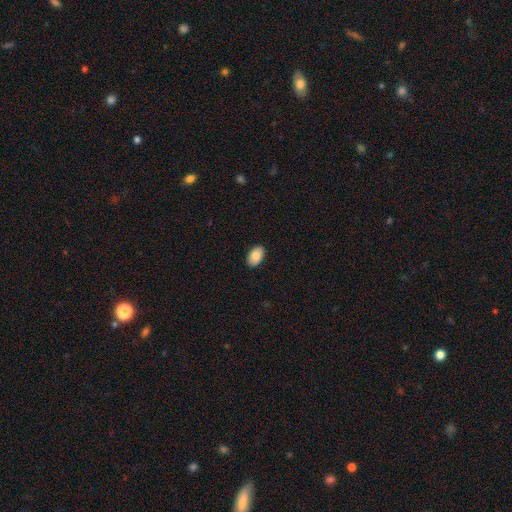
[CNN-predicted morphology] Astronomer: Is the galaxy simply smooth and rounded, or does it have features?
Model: smooth — 84%.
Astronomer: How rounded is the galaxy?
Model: in between — 92%.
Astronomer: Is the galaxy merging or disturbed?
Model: none — 89%.